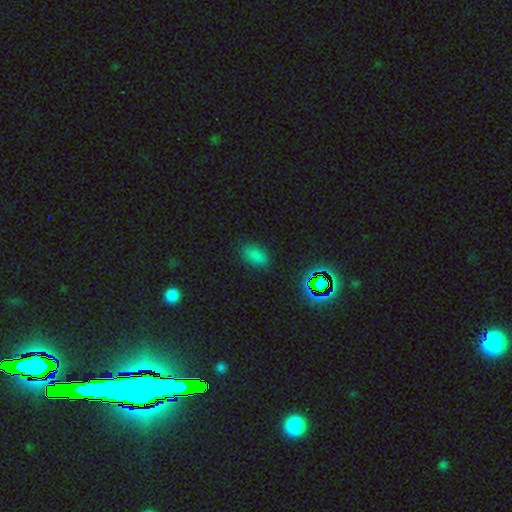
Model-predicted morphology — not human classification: A smooth galaxy with no disk features (75%) that is in between round and cigar-shaped (90%). Merging: none (84%).